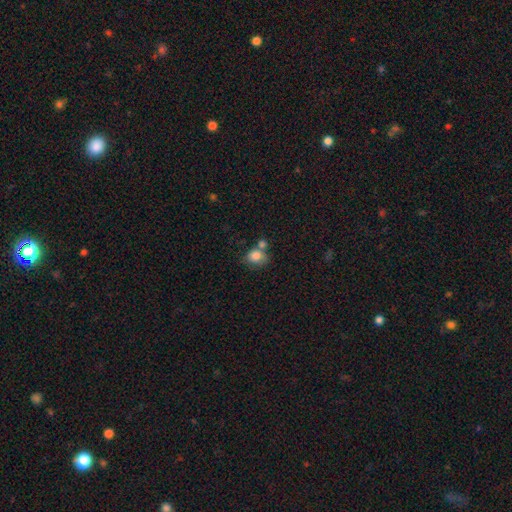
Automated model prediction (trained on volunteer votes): Smooth or featured? smooth (83%)
How rounded? round (57%)
Merging? none (45%)